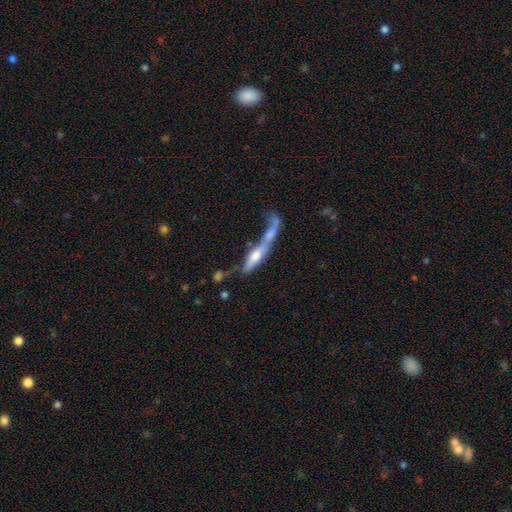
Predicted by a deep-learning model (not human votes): A featured or disk galaxy (49%). Merging: merger (57%).